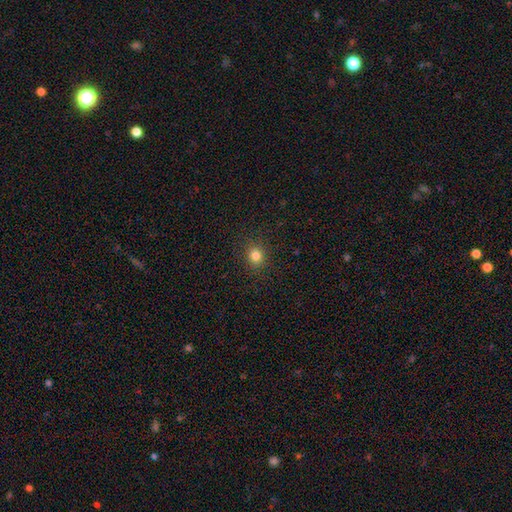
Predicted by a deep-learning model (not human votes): Smooth or featured?
  - smooth: 82% *
  - star or artifact: 13%
  - featured or disk: 5%
How rounded?
  - round: 83% *
  - in between: 16%
  - cigar-shaped: 1%
Merging?
  - none: 90% *
  - minor disturbance: 6%
  - major disturbance: 2%
  - merger: 1%